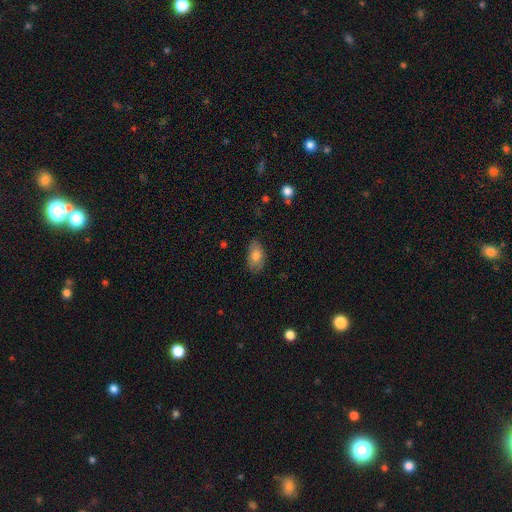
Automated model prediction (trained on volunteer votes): This is likely a smooth galaxy (78%). How rounded: clearly in between (92%). Merging: likely none (78%).